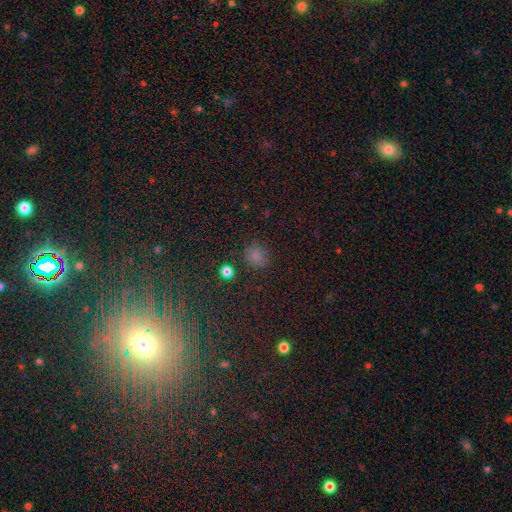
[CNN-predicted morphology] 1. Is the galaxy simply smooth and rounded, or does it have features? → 78% smooth, 17% star or artifact, 5% featured or disk.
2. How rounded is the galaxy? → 77% round, 22% in between, 1% cigar-shaped.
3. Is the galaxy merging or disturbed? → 82% none, 12% minor disturbance, 4% major disturbance, 2% merger.